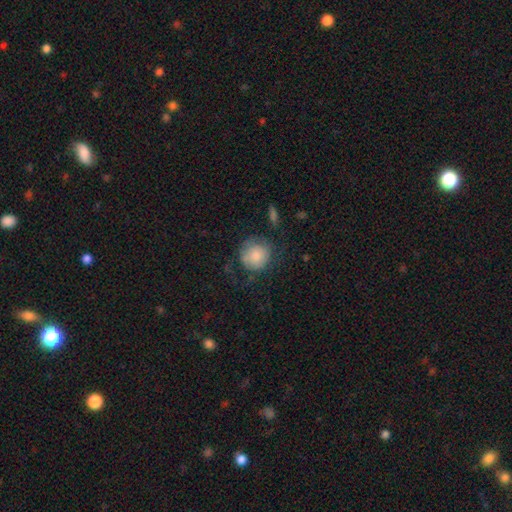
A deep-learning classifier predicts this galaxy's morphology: Smooth or featured? Predicted: smooth (p=0.76). How rounded? Predicted: round (p=0.89). Merging? Predicted: none (p=0.55).